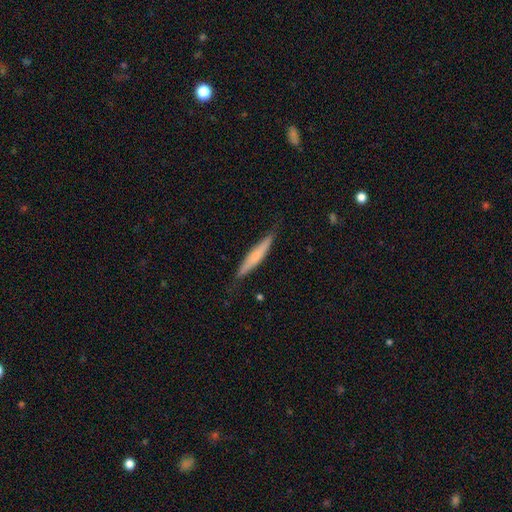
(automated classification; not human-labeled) A smooth galaxy with no disk features (59%) that is cigar-shaped (93%). Merging: none (81%).